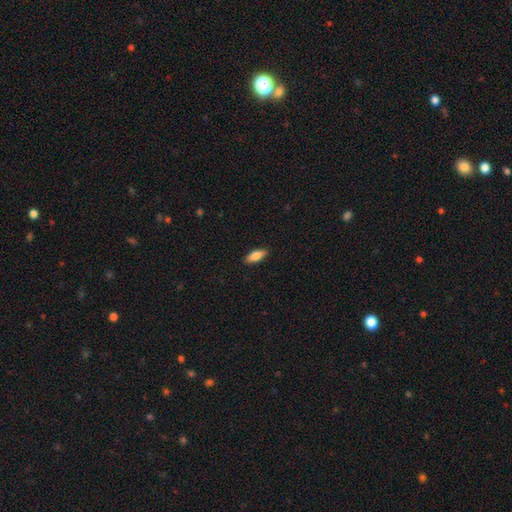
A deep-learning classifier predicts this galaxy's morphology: Smooth or featured: smooth — 82% (featured or disk — 12%)
How rounded: in between — 78% (cigar-shaped — 20%)
Merging: none — 89% (minor disturbance — 8%)